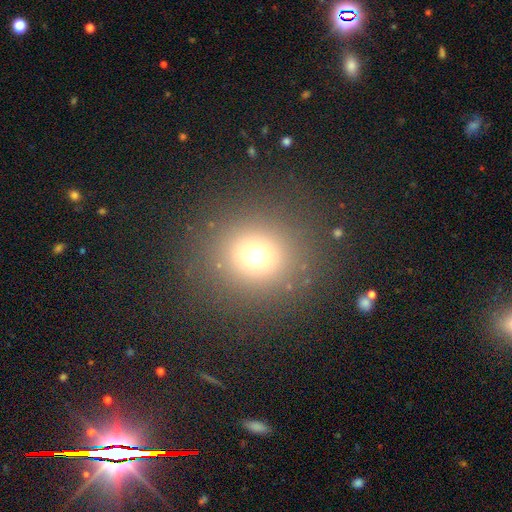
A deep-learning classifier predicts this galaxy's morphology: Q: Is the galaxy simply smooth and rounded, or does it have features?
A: smooth — 69%.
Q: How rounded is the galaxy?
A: round — 88%.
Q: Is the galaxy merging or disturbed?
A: none — 86%.